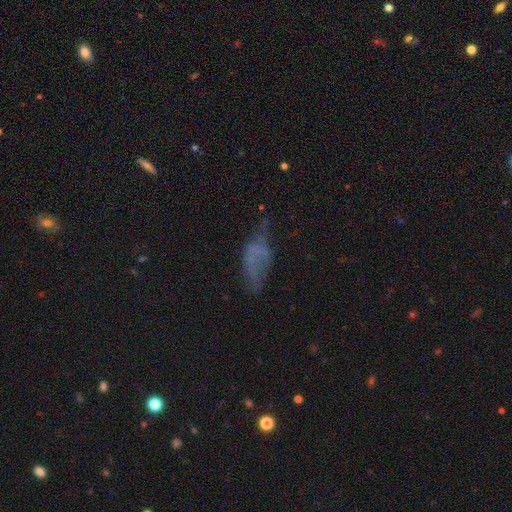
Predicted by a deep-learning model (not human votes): A smooth galaxy with no disk features (43%).

Vote fractions:
- Smooth or featured? smooth: 43% / featured or disk: 39% / star or artifact: 18%
- Merging? none: 39% / major disturbance: 30% / minor disturbance: 27% / merger: 5%